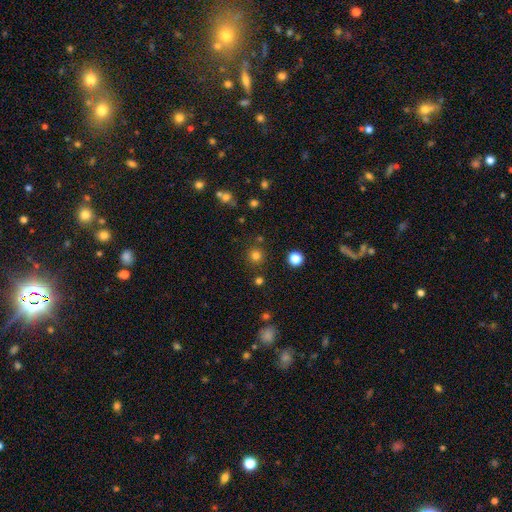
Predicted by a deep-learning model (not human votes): A smooth galaxy with no disk features (78%) that is round (94%). Merging: none (85%).